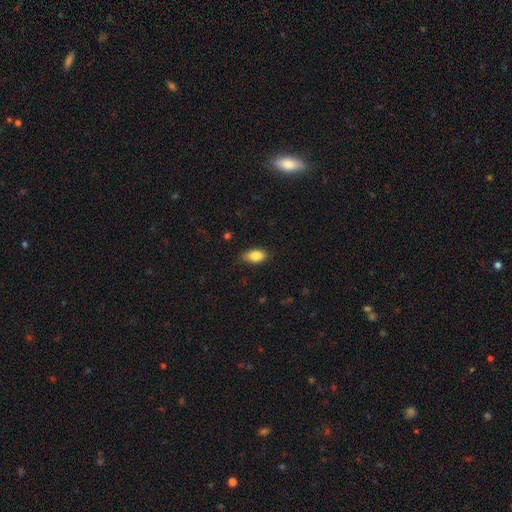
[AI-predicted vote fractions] smooth-or-featured: smooth: 85% | featured or disk: 8% | star or artifact: 7%
  how-rounded: in between: 90% | round: 5% | cigar-shaped: 5%
  merging: none: 82% | minor disturbance: 15% | major disturbance: 3% | merger: 1%